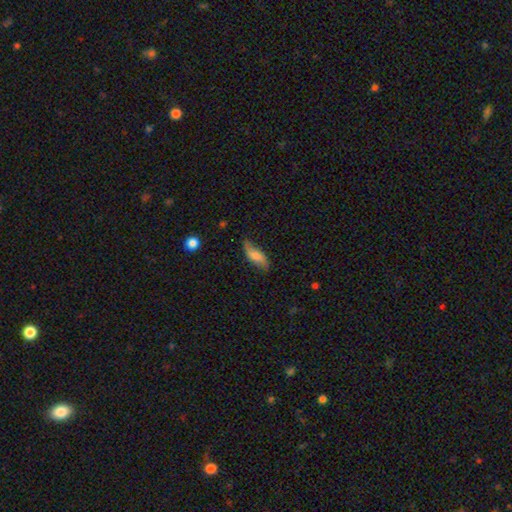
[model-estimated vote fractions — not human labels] This appears to be a smooth galaxy with no disk features (62%) that is in between round and cigar-shaped (70%). Merging: none (70%).